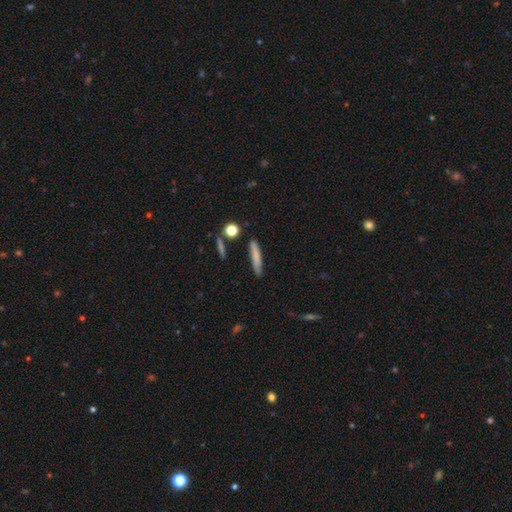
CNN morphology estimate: This appears to be a smooth galaxy with no disk features (75%) that is cigar-shaped (89%). Merging: none (82%).